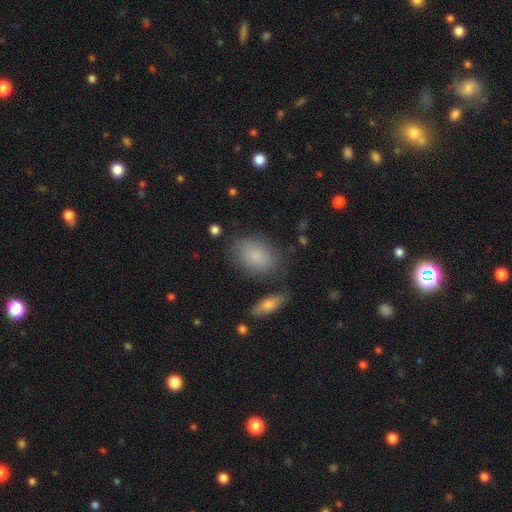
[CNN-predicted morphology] Smooth or featured? Predicted: smooth (p=0.82). How rounded? Predicted: in between (p=0.81). Merging? Predicted: none (p=0.75).